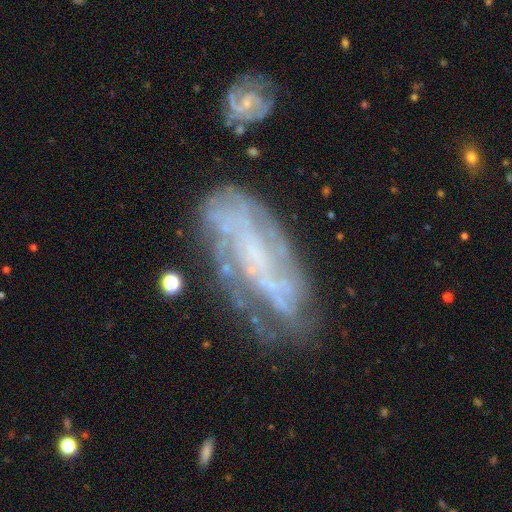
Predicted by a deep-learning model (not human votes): Smooth or featured? Predicted: featured or disk (p=0.75). Edge-on disk? Predicted: no (p=0.90). Bar? Predicted: no (p=0.55). Spiral arms? Predicted: yes (p=0.84). Spiral winding? Predicted: tight (p=0.52). Spiral arm count? Predicted: can't tell (p=0.49). Bulge size? Predicted: none (p=0.52). Merging? Predicted: none (p=0.59).